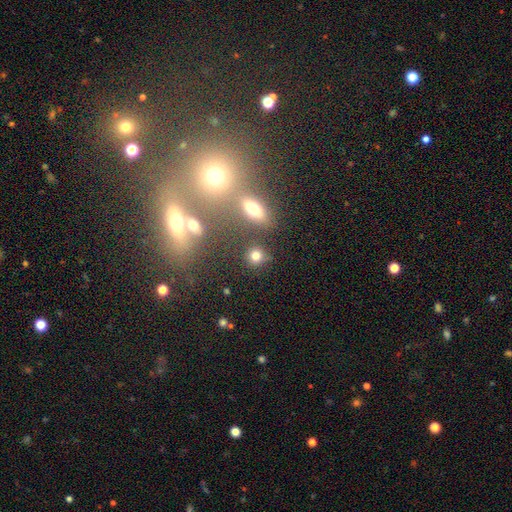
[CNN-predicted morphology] type=smooth (77%); roundness=round (86%); merging=none (80%).